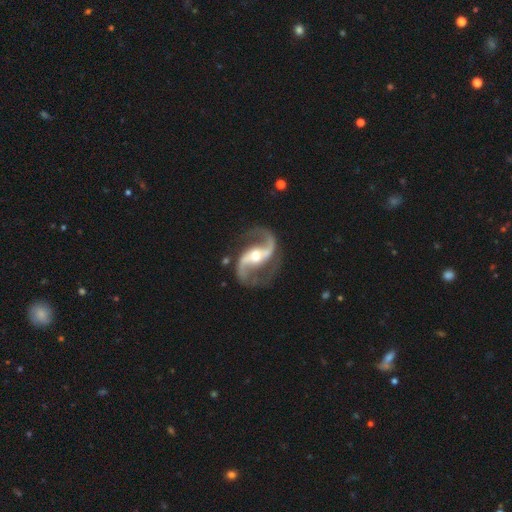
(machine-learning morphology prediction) smooth_or_featured: featured or disk (p=0.94) [alt: star or artifact p=0.04]
disk_edge_on: no (p=0.98) [alt: yes p=0.02]
bar: strong (p=0.39) [alt: weak p=0.33]
has_spiral_arms: yes (p=0.98) [alt: no p=0.02]
spiral_winding: medium (p=0.47) [alt: loose p=0.45]
spiral_arm_count: 2 (p=0.95) [alt: can't tell p=0.01]
bulge_size: moderate (p=0.65) [alt: small p=0.25]
merging: none (p=0.81) [alt: minor disturbance p=0.12]